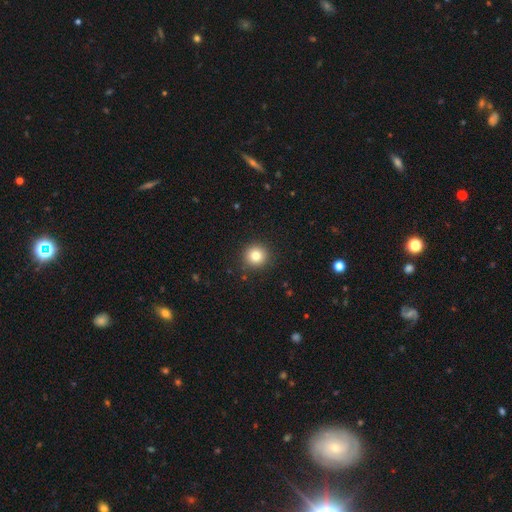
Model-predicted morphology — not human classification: A smooth galaxy with no disk features (81%) that is round (94%).

Vote fractions:
- Smooth or featured? smooth: 81% / star or artifact: 12% / featured or disk: 7%
- How rounded? round: 94% / in between: 5% / cigar-shaped: 1%
- Merging? none: 91% / minor disturbance: 5% / major disturbance: 2% / merger: 1%